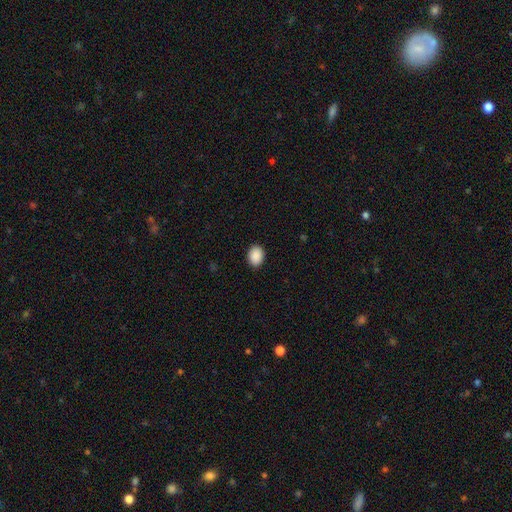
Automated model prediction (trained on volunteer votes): Overall: smooth (91%). How rounded: in between (68%; round 31%). Merging: none (91%).